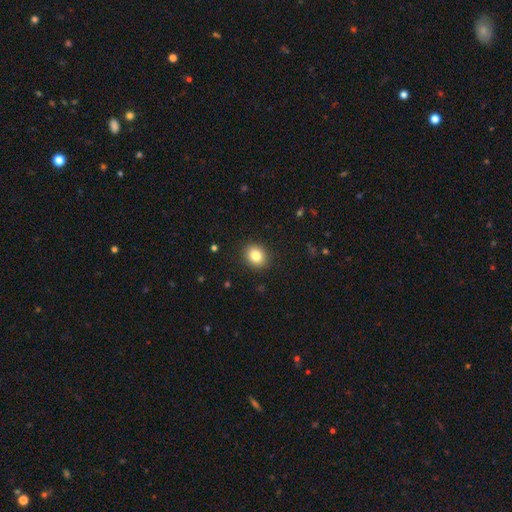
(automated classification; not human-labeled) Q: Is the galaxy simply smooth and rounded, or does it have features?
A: smooth — 83%.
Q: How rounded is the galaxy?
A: round — 61%.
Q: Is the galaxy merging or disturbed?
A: none — 90%.